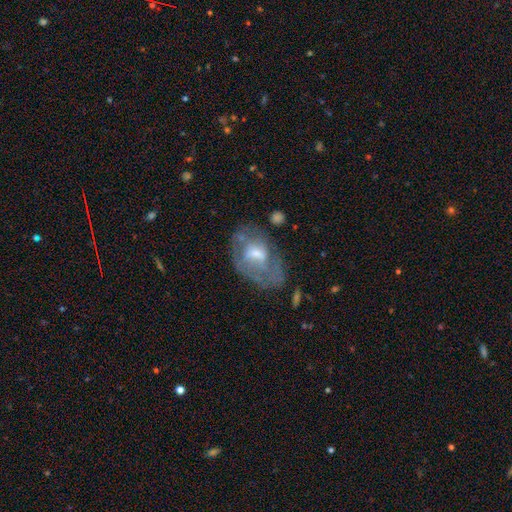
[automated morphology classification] Smooth or featured? Predicted: featured or disk (p=0.62). Edge-on disk? Predicted: no (p=0.94). Bar? Predicted: no (p=0.54). Spiral arms? Predicted: yes (p=0.51). Bulge size? Predicted: moderate (p=0.56). Merging? Predicted: none (p=0.52).